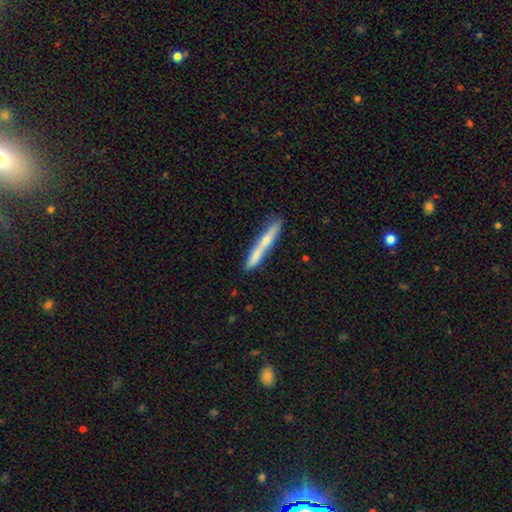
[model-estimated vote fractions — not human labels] Smooth or featured? Predicted: smooth (p=0.59). How rounded? Predicted: cigar-shaped (p=0.92). Merging? Predicted: none (p=0.69).